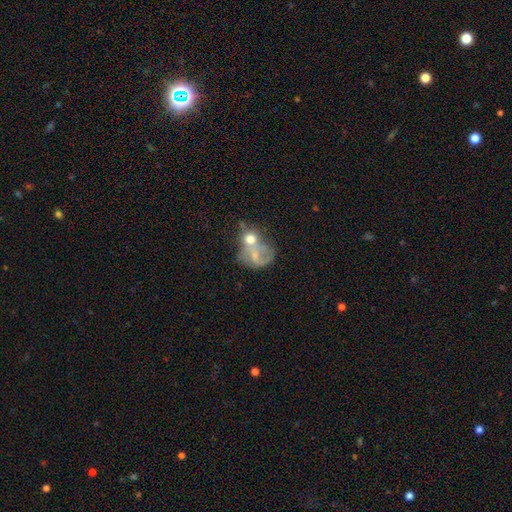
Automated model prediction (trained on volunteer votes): Smooth or featured?
  - featured or disk: 48% *
  - smooth: 40%
  - star or artifact: 12%
Merging?
  - merger: 45% *
  - none: 23%
  - major disturbance: 19%
  - minor disturbance: 13%